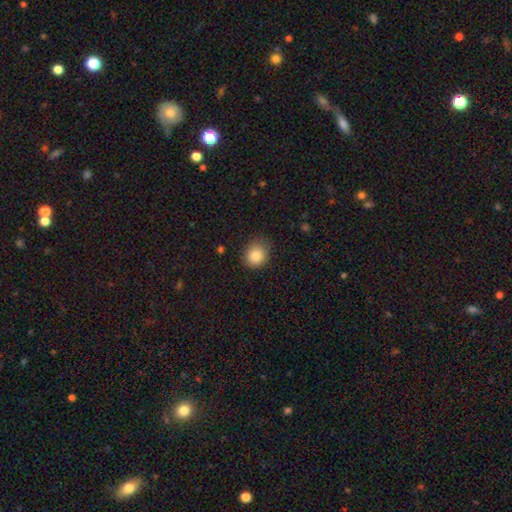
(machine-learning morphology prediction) This is clearly a smooth galaxy (84%). How rounded: likely round (72%). Merging: likely none (75%).